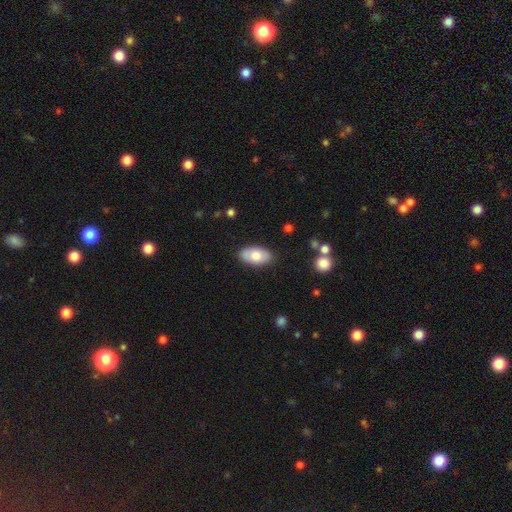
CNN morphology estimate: type=smooth (73%); roundness=in between (94%); merging=none (85%).